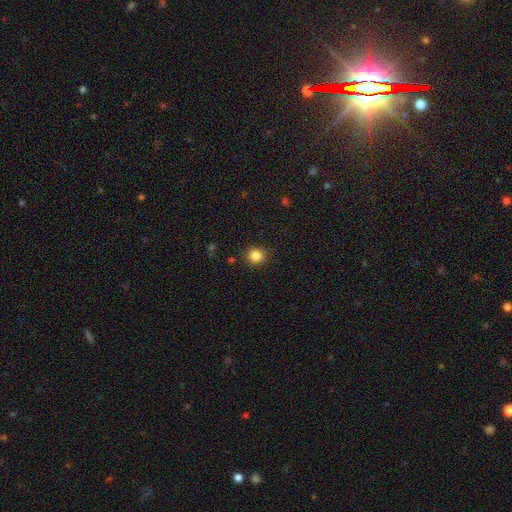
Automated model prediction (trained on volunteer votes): Smooth or featured? Predicted: smooth (p=0.84). How rounded? Predicted: round (p=0.88). Merging? Predicted: none (p=0.88).